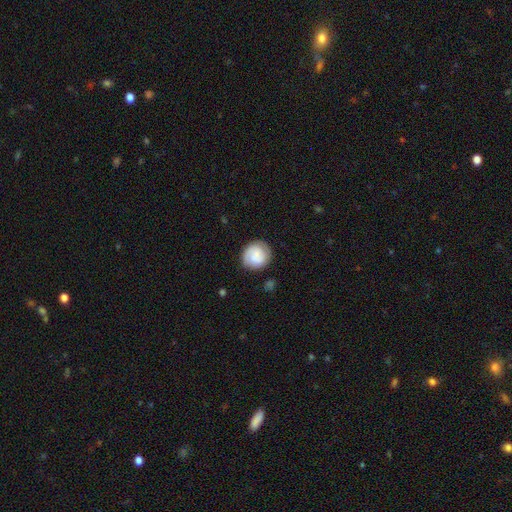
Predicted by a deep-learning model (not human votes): smooth 63%, featured or disk 29%, star or artifact 8%. Down the decision tree: how rounded — round (86%); merging — none (78%).